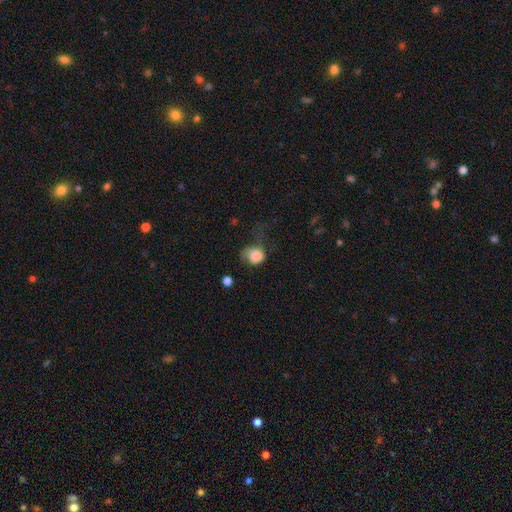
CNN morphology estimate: Smooth or featured? smooth (76%)
How rounded? round (65%)
Merging? major disturbance (44%)